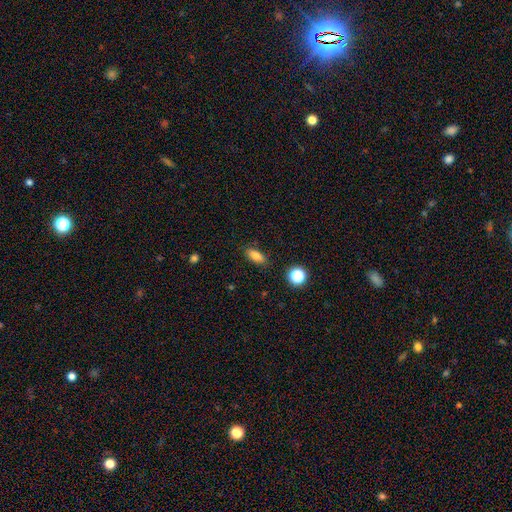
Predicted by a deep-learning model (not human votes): Q: Smooth or featured?
A: smooth (81%); runner-up: star or artifact (10%)
Q: How rounded?
A: in between (79%); runner-up: cigar-shaped (14%)
Q: Merging?
A: none (84%); runner-up: minor disturbance (11%)